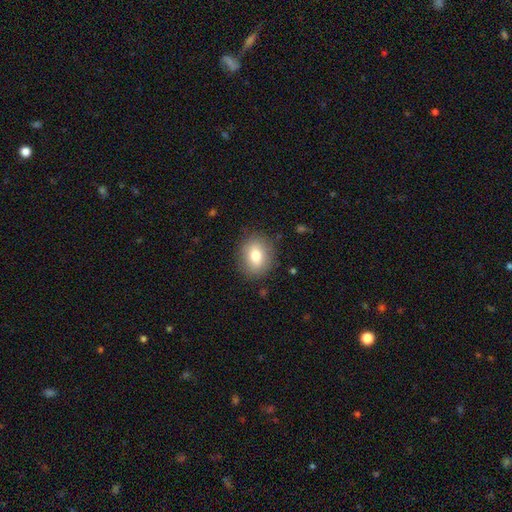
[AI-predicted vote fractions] Smooth or featured? smooth (78%)
How rounded? round (55%)
Merging? none (85%)